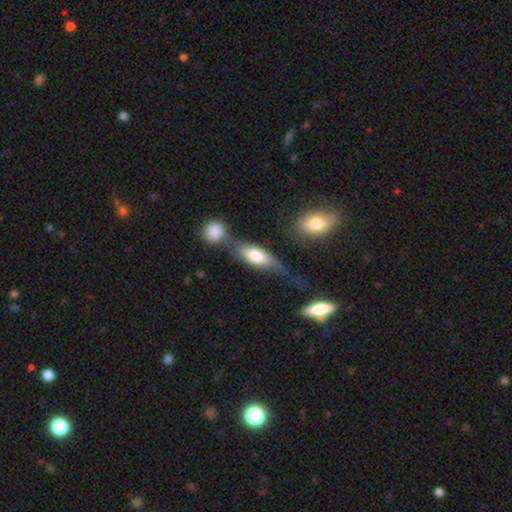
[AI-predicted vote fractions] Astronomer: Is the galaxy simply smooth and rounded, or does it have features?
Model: smooth — 65%.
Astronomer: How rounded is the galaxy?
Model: in between — 75%.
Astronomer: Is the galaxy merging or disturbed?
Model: none — 36% (runner-up: merger, 29%).